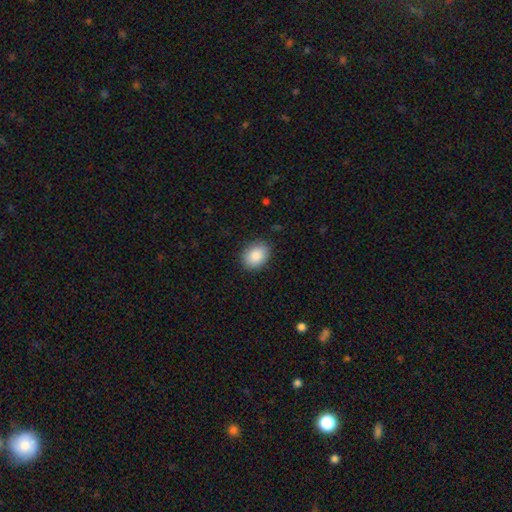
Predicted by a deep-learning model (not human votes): smooth-or-featured: smooth: 88% | star or artifact: 7% | featured or disk: 5%
  how-rounded: in between: 63% | round: 36% | cigar-shaped: 1%
  merging: none: 85% | minor disturbance: 11% | major disturbance: 3% | merger: 1%